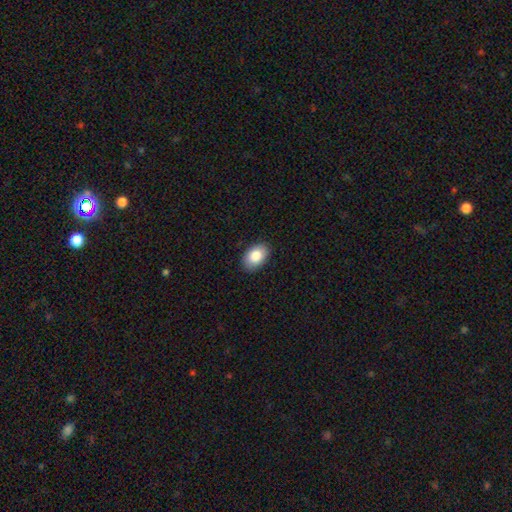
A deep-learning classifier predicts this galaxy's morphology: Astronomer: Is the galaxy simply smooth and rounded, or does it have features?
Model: smooth — 85%.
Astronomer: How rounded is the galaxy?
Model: in between — 90%.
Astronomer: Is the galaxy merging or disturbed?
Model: none — 89%.